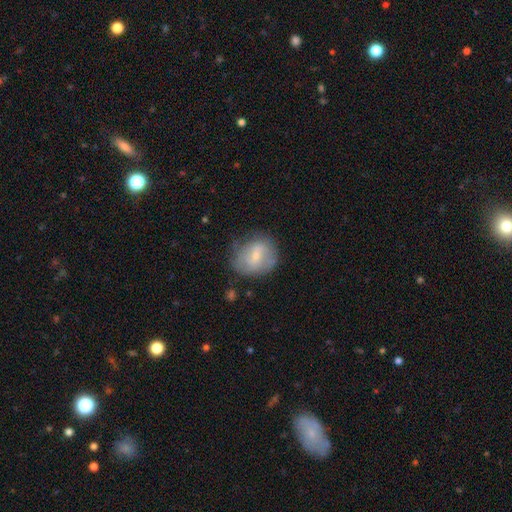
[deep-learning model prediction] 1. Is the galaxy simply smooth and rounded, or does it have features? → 54% smooth, 38% featured or disk, 8% star or artifact.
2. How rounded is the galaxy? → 68% round, 31% in between, 1% cigar-shaped.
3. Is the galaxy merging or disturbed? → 65% none, 23% minor disturbance, 9% major disturbance, 3% merger.